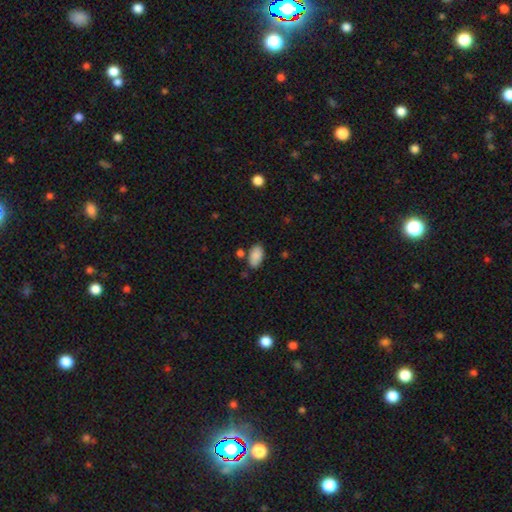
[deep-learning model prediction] A smooth galaxy with no disk features (87%) that is in between round and cigar-shaped (94%).

Vote fractions:
- Smooth or featured? smooth: 87% / star or artifact: 7% / featured or disk: 5%
- How rounded? in between: 94% / round: 4% / cigar-shaped: 2%
- Merging? none: 71% / minor disturbance: 17% / merger: 9% / major disturbance: 4%